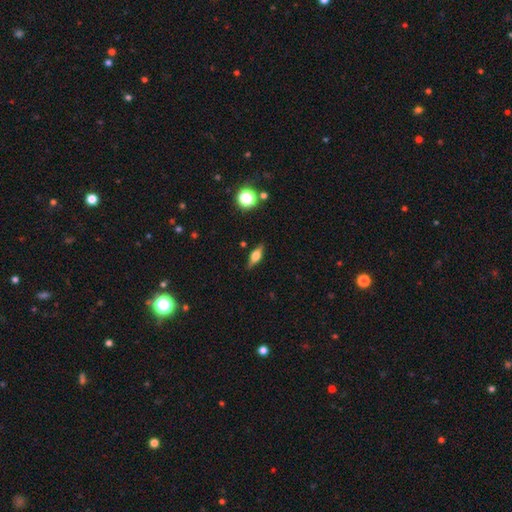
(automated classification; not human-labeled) Smooth or featured?
  - featured or disk: 51% *
  - smooth: 41%
  - star or artifact: 9%
Edge-on disk?
  - yes: 92% *
  - no: 8%
Merging?
  - none: 86% *
  - minor disturbance: 10%
  - major disturbance: 2%
  - merger: 1%